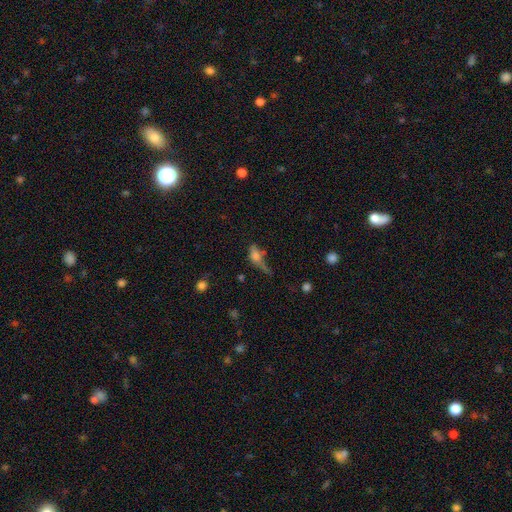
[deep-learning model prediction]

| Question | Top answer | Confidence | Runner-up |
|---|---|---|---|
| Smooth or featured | smooth | 55% | featured or disk (29%) |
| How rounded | in between | 63% | cigar-shaped (26%) |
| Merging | none | 34% | major disturbance (27%) |